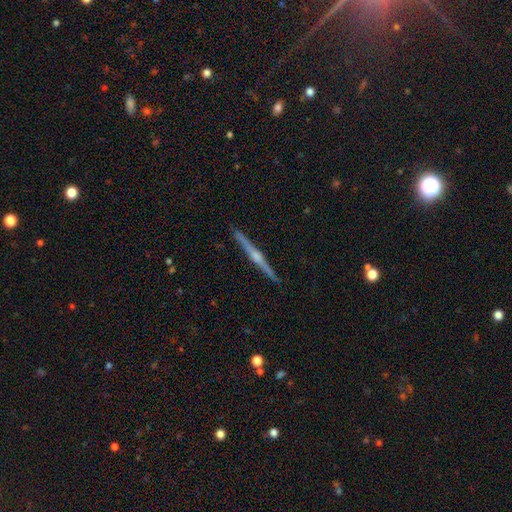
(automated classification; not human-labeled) This is clearly a featured or disk galaxy (82%). It is clearly viewed edge-on (99%). Edge-on bulge: clearly rounded (85%). Merging: clearly none (93%).